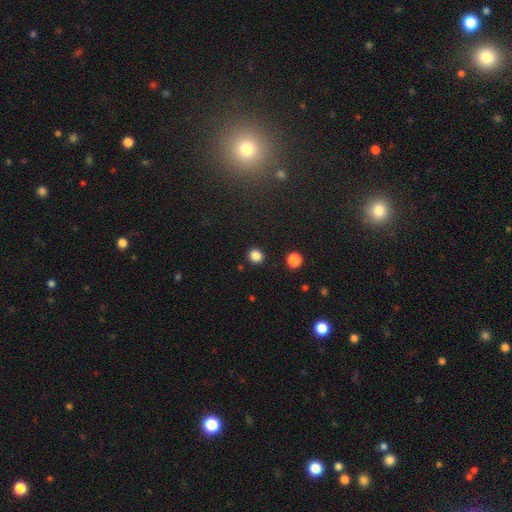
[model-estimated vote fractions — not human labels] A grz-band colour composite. It shows a smooth galaxy with no disk features (85%) that is round (84%). Merging: none (91%).